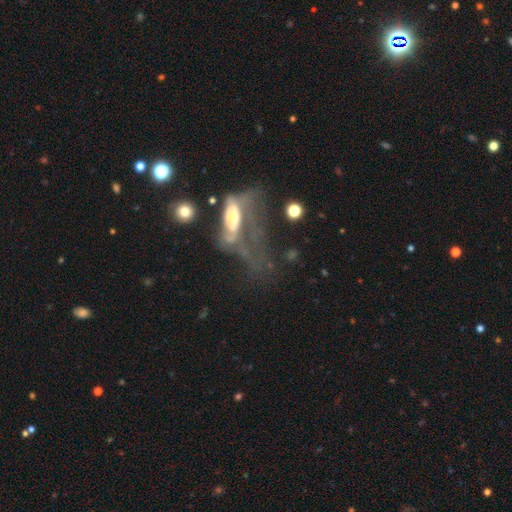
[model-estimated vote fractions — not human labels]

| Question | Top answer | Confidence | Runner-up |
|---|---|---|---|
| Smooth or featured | featured or disk | 54% | smooth (26%) |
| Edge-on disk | no | 75% | yes (25%) |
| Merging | major disturbance | 56% | none (17%) |